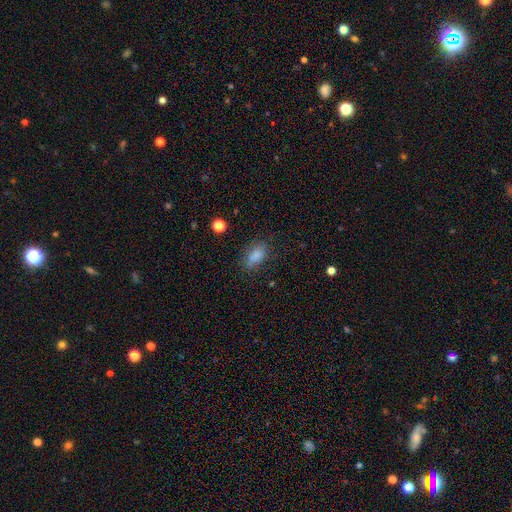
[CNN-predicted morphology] Smooth or featured? smooth (79%)
How rounded? in between (86%)
Merging? none (66%)